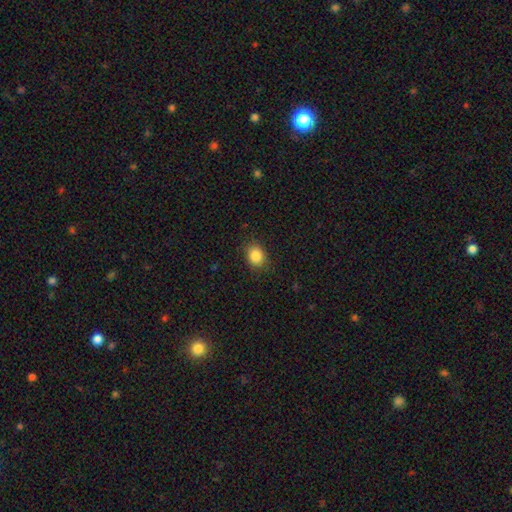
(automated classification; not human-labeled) Q: Smooth or featured?
A: smooth (86%); runner-up: star or artifact (10%)
Q: How rounded?
A: round (52%); runner-up: in between (47%)
Q: Merging?
A: none (85%); runner-up: minor disturbance (11%)